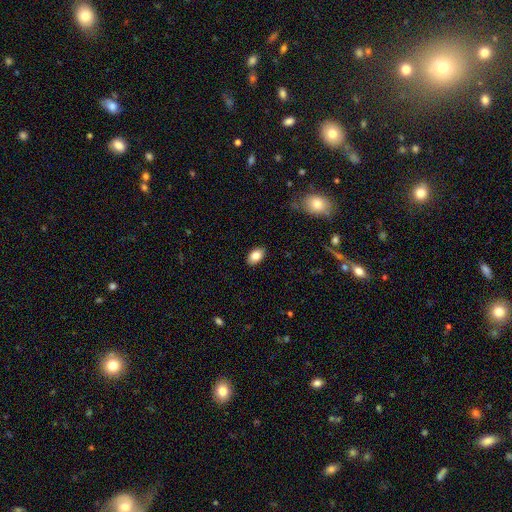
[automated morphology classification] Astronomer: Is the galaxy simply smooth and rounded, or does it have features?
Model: smooth — 84%.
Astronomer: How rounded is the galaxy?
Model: in between — 91%.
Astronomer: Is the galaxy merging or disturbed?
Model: none — 88%.